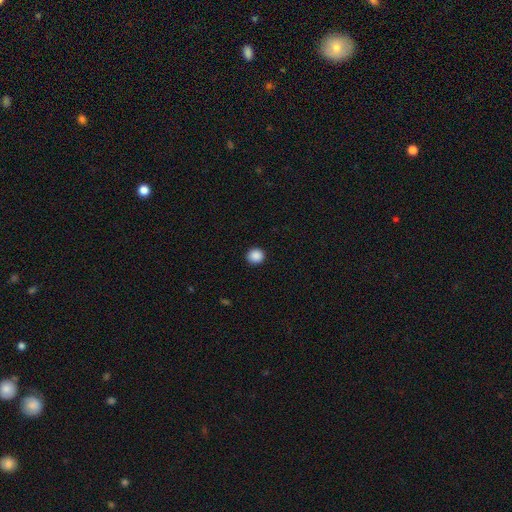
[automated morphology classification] type=smooth (89%); roundness=round (90%); merging=none (93%).